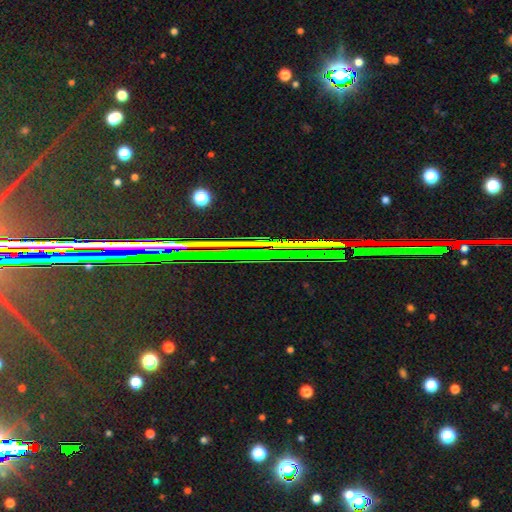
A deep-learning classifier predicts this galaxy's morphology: A star or artifact, not a galaxy (82%).